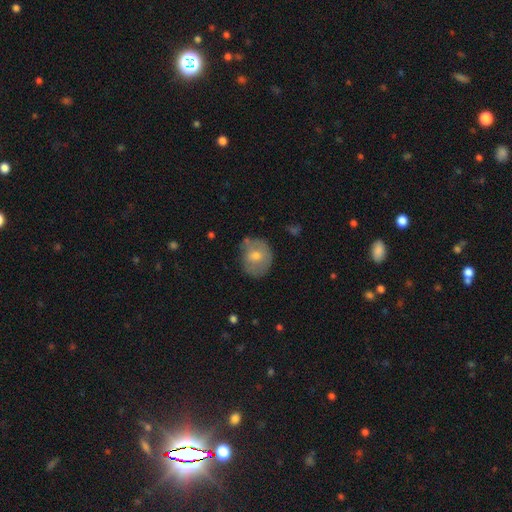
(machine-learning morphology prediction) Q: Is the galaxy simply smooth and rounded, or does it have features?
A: smooth — 60%.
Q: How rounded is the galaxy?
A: round — 71%.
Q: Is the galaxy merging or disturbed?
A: none — 67%.